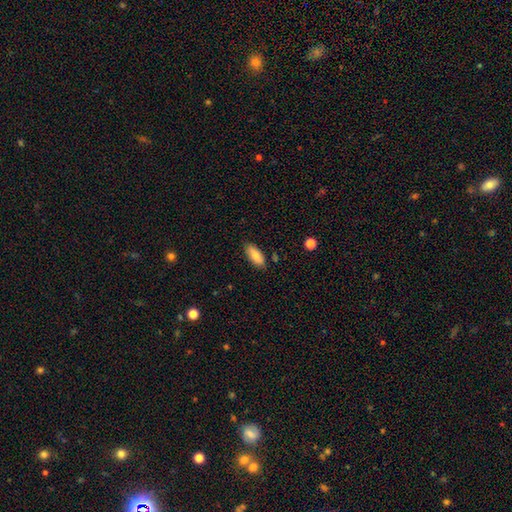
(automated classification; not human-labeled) Smooth or featured?
  - smooth: 79% *
  - featured or disk: 14%
  - star or artifact: 7%
How rounded?
  - in between: 82% *
  - cigar-shaped: 16%
  - round: 2%
Merging?
  - none: 84% *
  - minor disturbance: 12%
  - major disturbance: 2%
  - merger: 2%